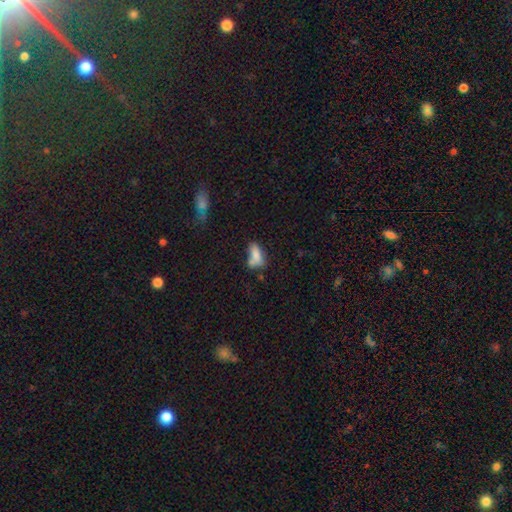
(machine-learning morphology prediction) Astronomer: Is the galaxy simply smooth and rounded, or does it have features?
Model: smooth — 74%.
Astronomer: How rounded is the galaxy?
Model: in between — 81%.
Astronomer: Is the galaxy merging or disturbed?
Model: none — 38% (runner-up: merger, 28%).